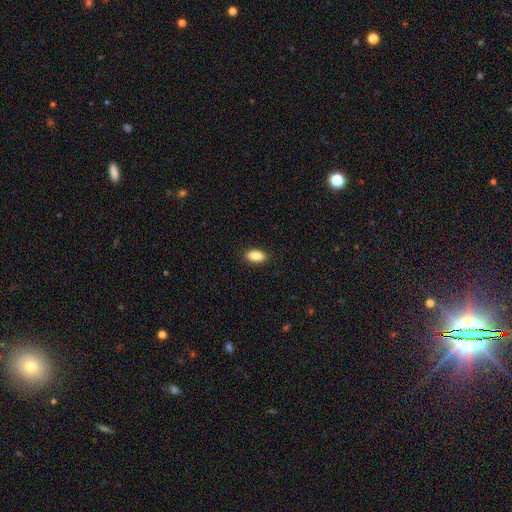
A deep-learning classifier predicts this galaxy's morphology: Q: Smooth or featured?
A: smooth (89%); runner-up: star or artifact (7%)
Q: How rounded?
A: in between (91%); runner-up: round (5%)
Q: Merging?
A: none (89%); runner-up: minor disturbance (8%)